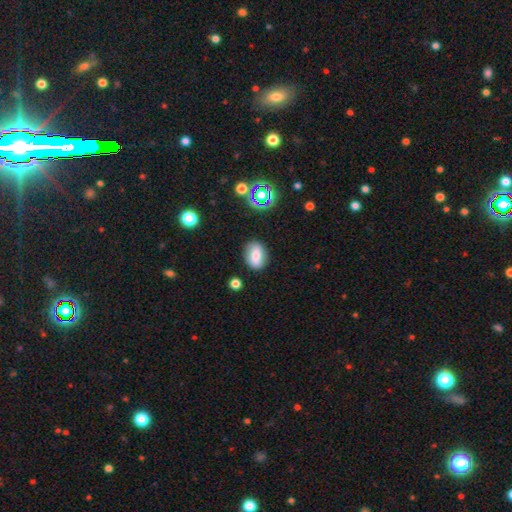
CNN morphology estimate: smooth-or-featured: smooth: 71% | featured or disk: 19% | star or artifact: 10%
  how-rounded: in between: 72% | round: 26% | cigar-shaped: 2%
  merging: none: 82% | minor disturbance: 12% | major disturbance: 3% | merger: 2%